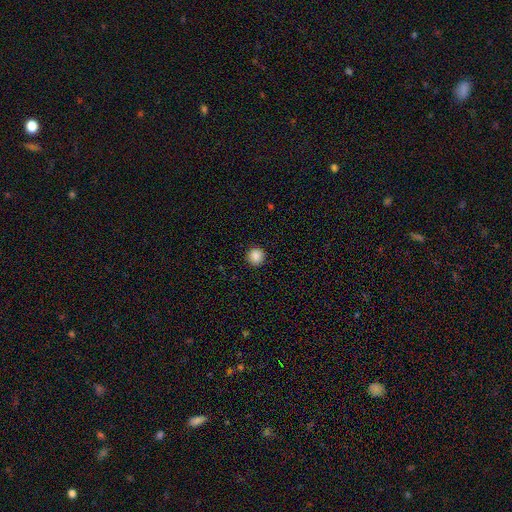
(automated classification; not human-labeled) Q: Smooth or featured?
A: smooth (87%); runner-up: star or artifact (10%)
Q: How rounded?
A: round (93%); runner-up: in between (6%)
Q: Merging?
A: none (90%); runner-up: minor disturbance (7%)